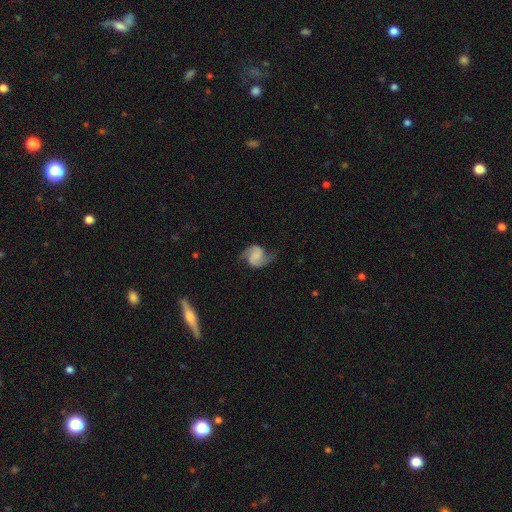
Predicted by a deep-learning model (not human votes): Morphology: type=featured or disk (81%); edge-on=no (98%); bar=no (49%); spiral arms=yes (96%); winding=medium (44%); arm count=2 (92%); bulge=none (53%); merging=none (72%).